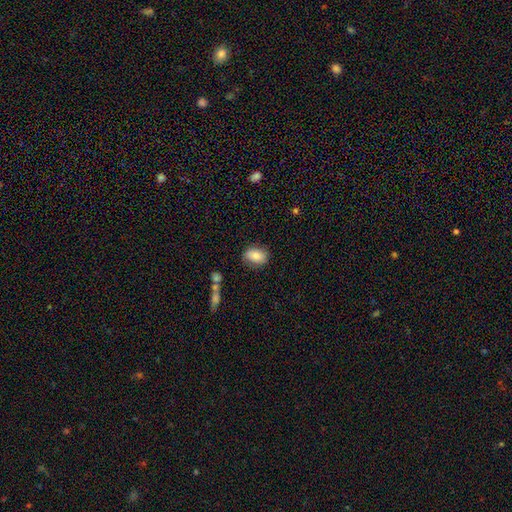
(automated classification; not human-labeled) Smooth or featured? Predicted: smooth (p=0.80). How rounded? Predicted: in between (p=0.82). Merging? Predicted: none (p=0.80).